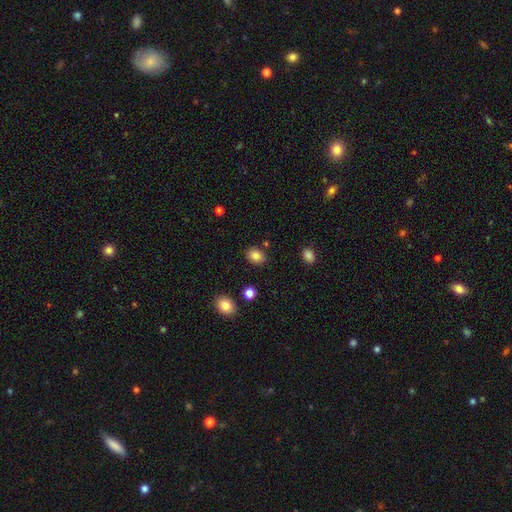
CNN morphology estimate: A smooth galaxy with no disk features (84%) that is in between round and cigar-shaped (56%). Merging: none (84%).